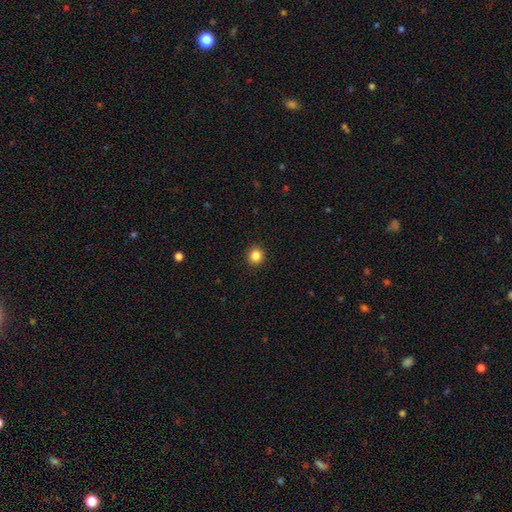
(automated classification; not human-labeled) smooth_or_featured: smooth (p=0.85) [alt: star or artifact p=0.11]
how_rounded: round (p=0.92) [alt: in between p=0.07]
merging: none (p=0.93) [alt: minor disturbance p=0.05]